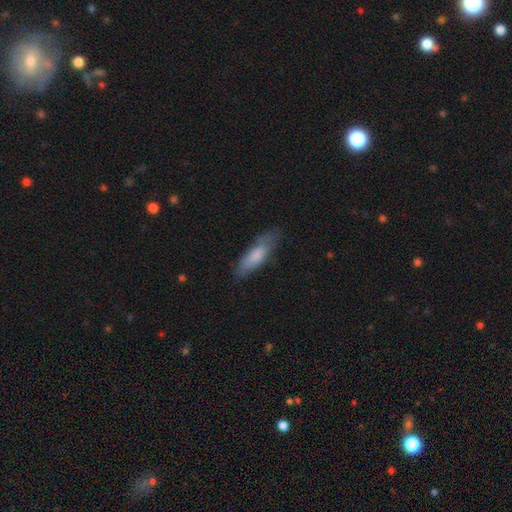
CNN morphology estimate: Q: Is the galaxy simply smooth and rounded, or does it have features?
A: smooth — 76%.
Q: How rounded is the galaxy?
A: cigar-shaped — 50%.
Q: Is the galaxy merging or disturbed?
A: none — 69%.